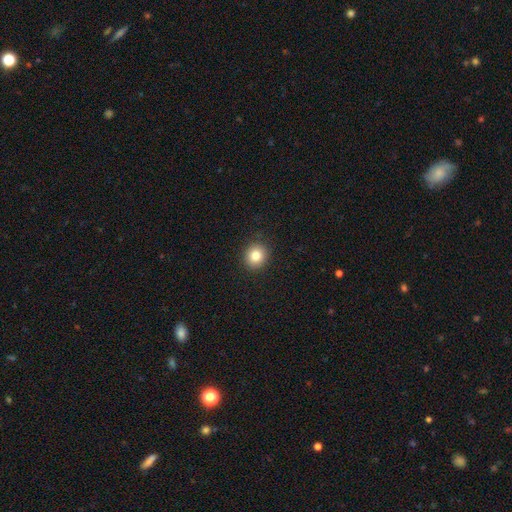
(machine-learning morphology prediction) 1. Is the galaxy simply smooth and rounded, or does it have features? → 82% smooth, 10% star or artifact, 7% featured or disk.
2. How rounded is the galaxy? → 84% round, 15% in between, 1% cigar-shaped.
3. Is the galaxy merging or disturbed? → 91% none, 6% minor disturbance, 2% major disturbance, 1% merger.